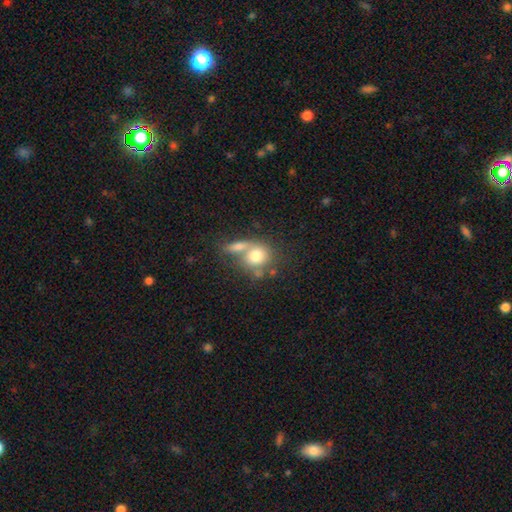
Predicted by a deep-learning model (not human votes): Smooth or featured?
  - smooth: 74% *
  - featured or disk: 17%
  - star or artifact: 9%
How rounded?
  - round: 70% *
  - in between: 28%
  - cigar-shaped: 2%
Merging?
  - merger: 47% *
  - none: 36%
  - minor disturbance: 10%
  - major disturbance: 6%